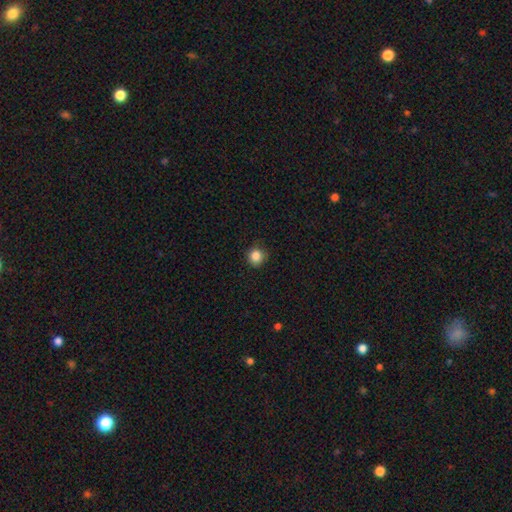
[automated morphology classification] Smooth or featured?
  - smooth: 86% *
  - star or artifact: 11%
  - featured or disk: 4%
How rounded?
  - round: 91% *
  - in between: 8%
  - cigar-shaped: 1%
Merging?
  - none: 84% *
  - minor disturbance: 12%
  - major disturbance: 3%
  - merger: 1%